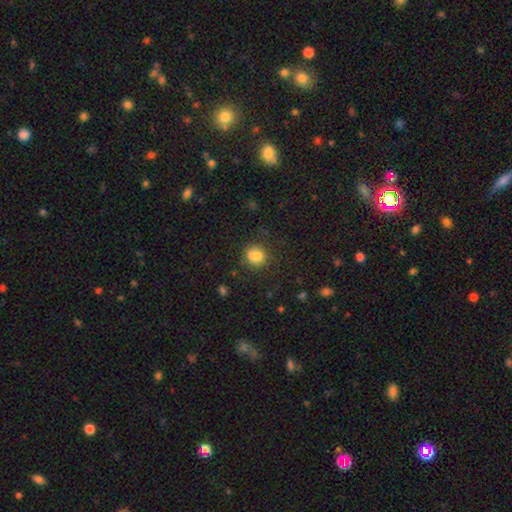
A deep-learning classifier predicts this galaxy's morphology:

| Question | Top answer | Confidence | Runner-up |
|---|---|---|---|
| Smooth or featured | smooth | 76% | star or artifact (13%) |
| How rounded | round | 67% | in between (32%) |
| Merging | none | 58% | merger (20%) |